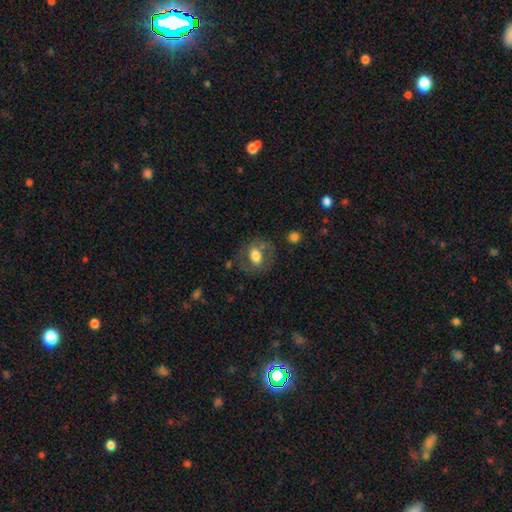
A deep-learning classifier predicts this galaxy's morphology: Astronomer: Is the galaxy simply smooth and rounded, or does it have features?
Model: smooth — 58% (runner-up: featured or disk, 34%).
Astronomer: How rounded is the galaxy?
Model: in between — 58% (runner-up: round, 41%).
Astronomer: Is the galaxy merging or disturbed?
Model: none — 67%.